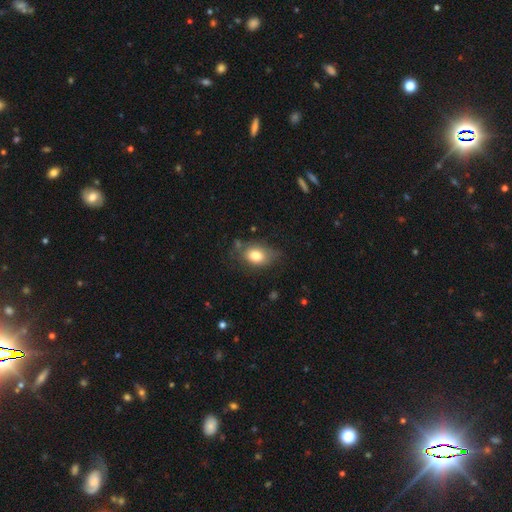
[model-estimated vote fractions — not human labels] smooth 79%, featured or disk 13%, star or artifact 8%. Down the decision tree: how rounded — in between (78%); merging — none (59%).